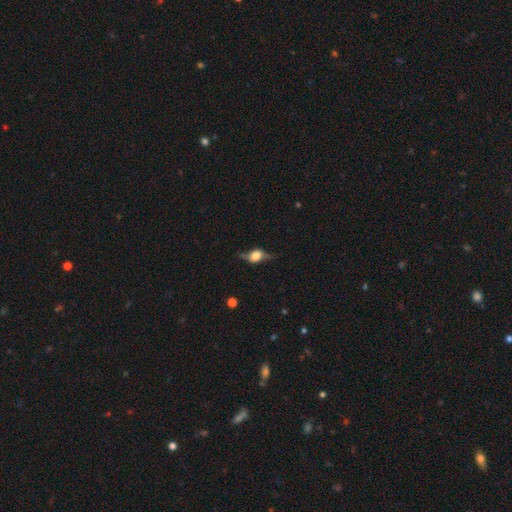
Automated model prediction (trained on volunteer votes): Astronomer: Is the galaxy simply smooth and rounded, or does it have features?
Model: featured or disk — 60%.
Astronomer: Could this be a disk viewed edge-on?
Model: yes — 77%.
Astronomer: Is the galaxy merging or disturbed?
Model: none — 63%.